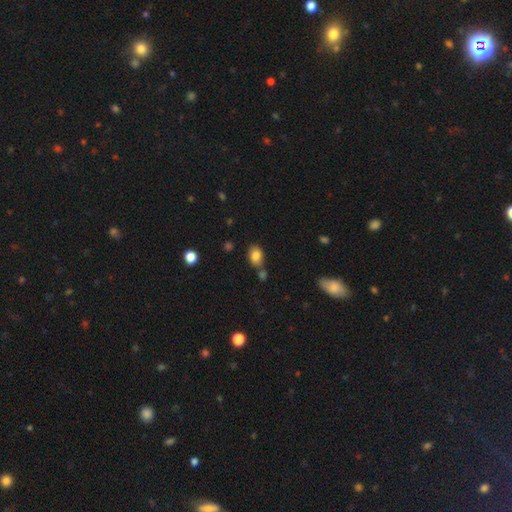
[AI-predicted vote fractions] Overall: smooth (83%). How rounded: in between (74%). Merging: none (64%).